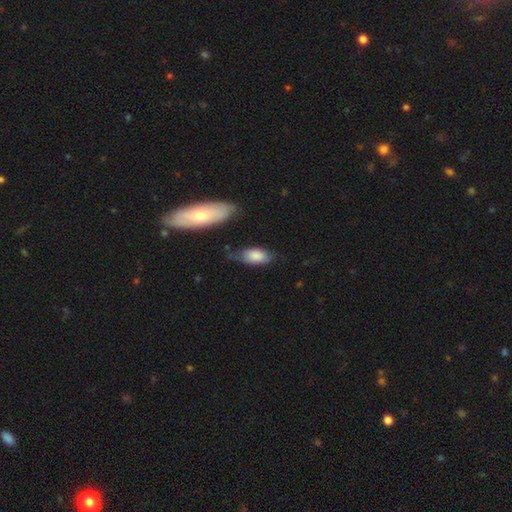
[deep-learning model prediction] Smooth or featured: smooth — 82% (featured or disk — 12%)
How rounded: in between — 90% (cigar-shaped — 6%)
Merging: none — 54% (minor disturbance — 31%)